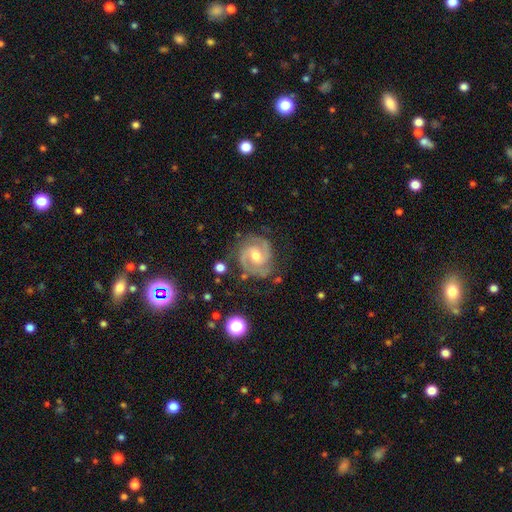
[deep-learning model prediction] A featured or disk galaxy (90%) with a weak bar (48%), 2 (84%) tight (49%) spiral arms (98%) and a moderate central bulge (68%).

Vote fractions:
- Smooth or featured? featured or disk: 90% / smooth: 5% / star or artifact: 5%
- Edge-on disk? no: 98% / yes: 2%
- Bar? weak: 48% / no: 38% / strong: 14%
- Spiral arms? yes: 98% / no: 2%
- Spiral winding? tight: 49% / medium: 44% / loose: 6%
- Spiral arm count? 2: 84% / 3: 8% / can't tell: 4% / 1: 2% / 4: 1% / more than 4: 1%
- Bulge size? moderate: 68% / small: 26% / large: 4% / none: 1% / dominant: 1%
- Merging? none: 77% / minor disturbance: 16% / major disturbance: 5% / merger: 2%